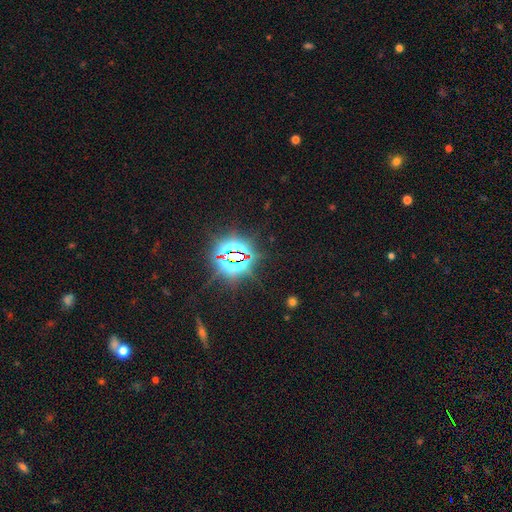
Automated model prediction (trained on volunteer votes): Smooth or featured? Predicted: star or artifact (p=0.82).